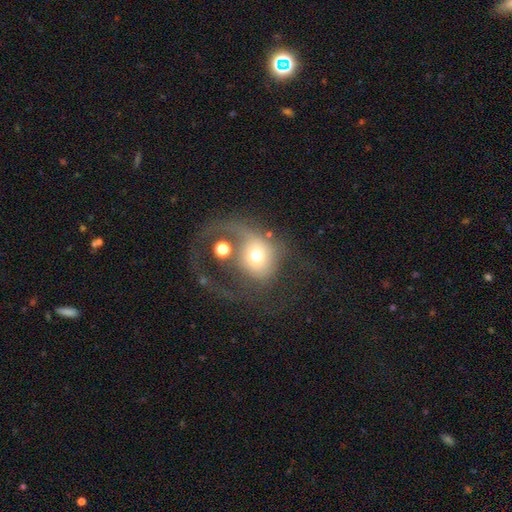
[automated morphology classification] smooth 47%, featured or disk 42%, star or artifact 11%. Down the decision tree: merging — major disturbance (51%).